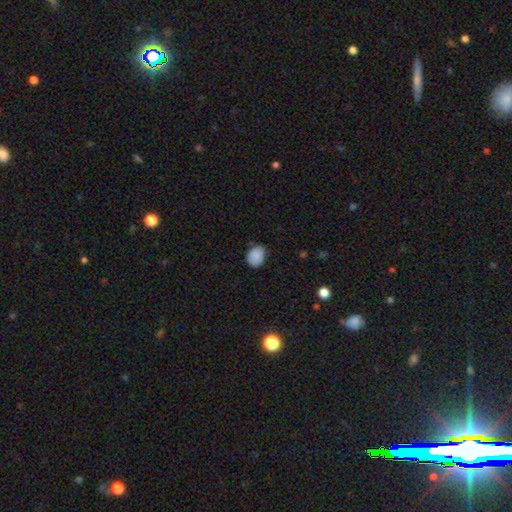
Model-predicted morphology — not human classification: A smooth galaxy with no disk features (86%) that is in between round and cigar-shaped (53%).

Vote fractions:
- Smooth or featured? smooth: 86% / star or artifact: 8% / featured or disk: 6%
- How rounded? in between: 53% / round: 46% / cigar-shaped: 1%
- Merging? none: 72% / minor disturbance: 23% / major disturbance: 4% / merger: 1%